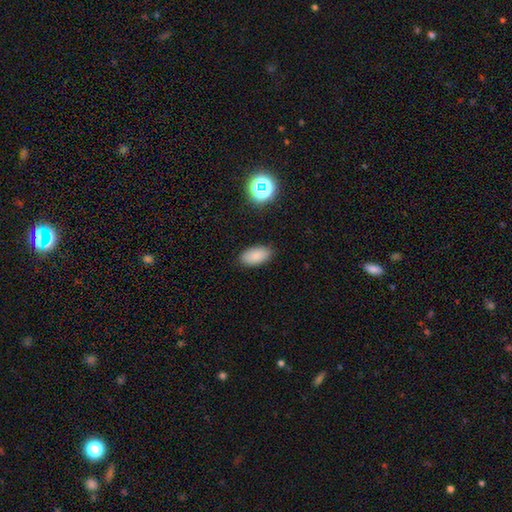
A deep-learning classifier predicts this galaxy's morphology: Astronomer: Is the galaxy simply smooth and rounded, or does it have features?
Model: smooth — 84%.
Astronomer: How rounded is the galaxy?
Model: in between — 93%.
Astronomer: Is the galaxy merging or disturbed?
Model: none — 86%.